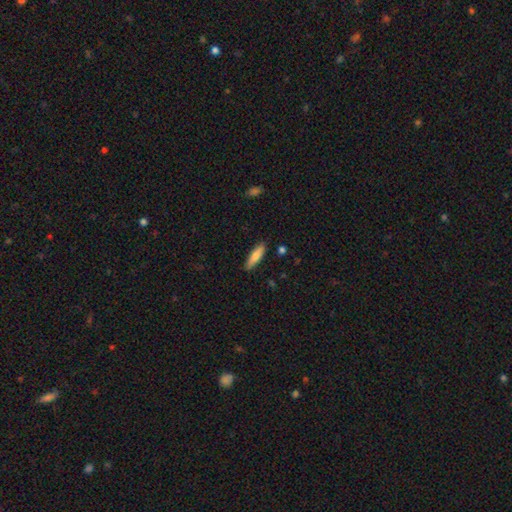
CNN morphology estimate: A smooth galaxy with no disk features (73%) that is cigar-shaped (69%).

Vote fractions:
- Smooth or featured? smooth: 73% / featured or disk: 21% / star or artifact: 6%
- How rounded? cigar-shaped: 69% / in between: 30% / round: 2%
- Merging? none: 87% / minor disturbance: 9% / major disturbance: 2% / merger: 1%